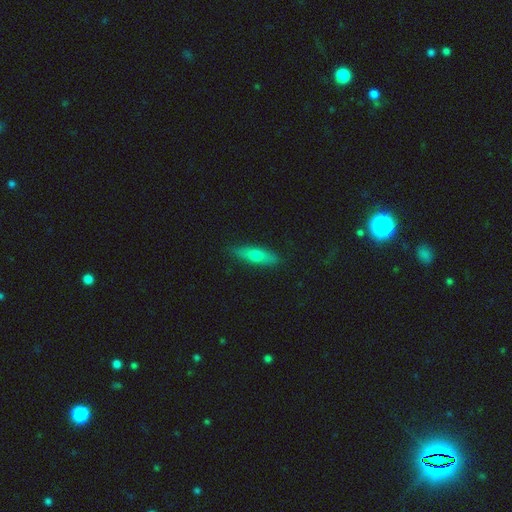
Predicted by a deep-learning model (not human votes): Q: Smooth or featured?
A: smooth (61%); runner-up: featured or disk (32%)
Q: How rounded?
A: cigar-shaped (59%); runner-up: in between (38%)
Q: Merging?
A: none (86%); runner-up: minor disturbance (11%)